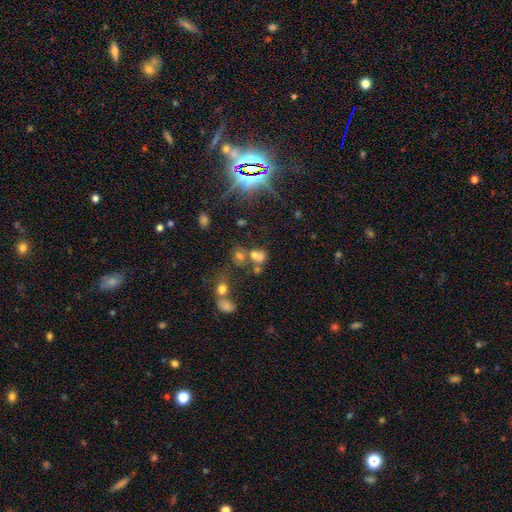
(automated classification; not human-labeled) Q: Smooth or featured?
A: smooth (55%); runner-up: star or artifact (29%)
Q: How rounded?
A: round (54%); runner-up: in between (43%)
Q: Merging?
A: merger (47%); runner-up: none (35%)